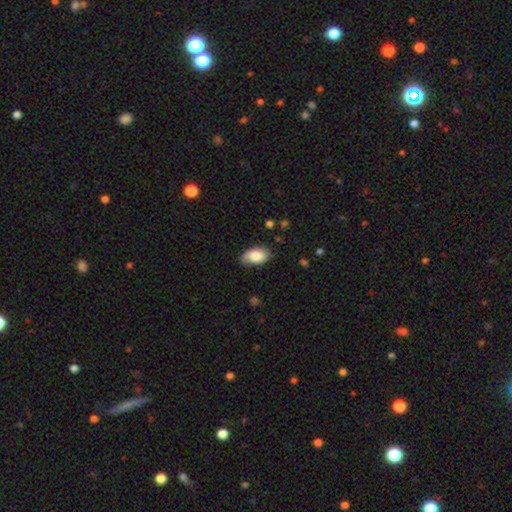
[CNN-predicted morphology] Smooth or featured? smooth (79%)
How rounded? in between (94%)
Merging? none (71%)